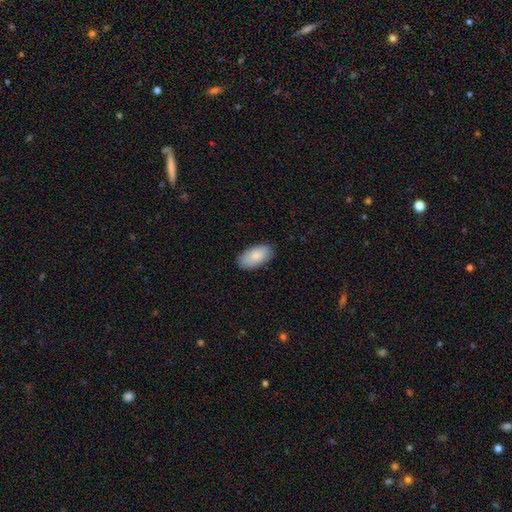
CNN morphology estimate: This appears to be a smooth galaxy with no disk features (85%) that is in between round and cigar-shaped (95%). Merging: none (84%).